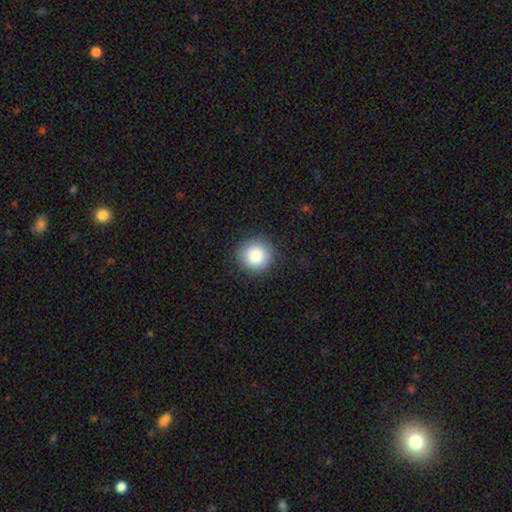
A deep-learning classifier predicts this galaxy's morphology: Smooth or featured? Predicted: smooth (p=0.86). How rounded? Predicted: round (p=0.93). Merging? Predicted: none (p=0.88).